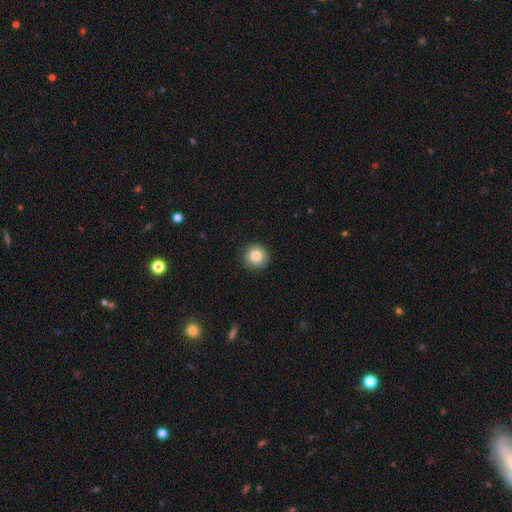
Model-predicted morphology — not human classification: smooth_or_featured: smooth (p=0.84) [alt: star or artifact p=0.09]
how_rounded: round (p=0.94) [alt: in between p=0.05]
merging: none (p=0.91) [alt: minor disturbance p=0.06]